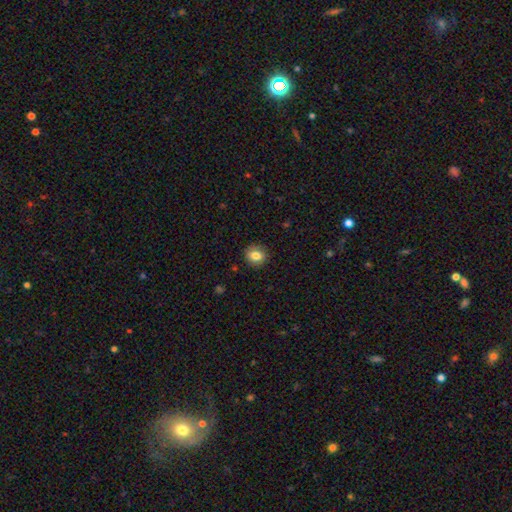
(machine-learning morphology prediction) Q: Smooth or featured?
A: smooth (82%); runner-up: star or artifact (9%)
Q: How rounded?
A: round (77%); runner-up: in between (22%)
Q: Merging?
A: none (88%); runner-up: minor disturbance (9%)